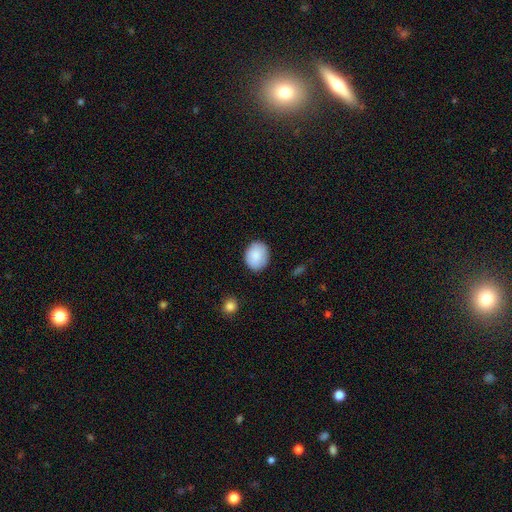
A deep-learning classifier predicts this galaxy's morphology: smooth-or-featured: smooth: 87% | star or artifact: 7% | featured or disk: 6%
  how-rounded: round: 55% | in between: 44% | cigar-shaped: 1%
  merging: none: 84% | minor disturbance: 12% | major disturbance: 2% | merger: 1%